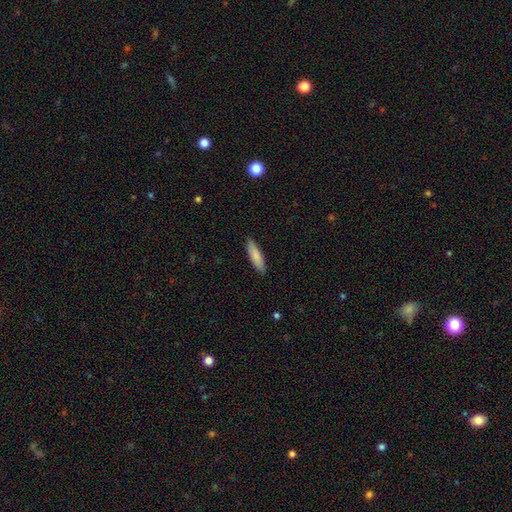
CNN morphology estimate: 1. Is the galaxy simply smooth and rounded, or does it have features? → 85% smooth, 10% featured or disk, 5% star or artifact.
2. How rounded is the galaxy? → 64% cigar-shaped, 35% in between, 1% round.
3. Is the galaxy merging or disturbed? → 89% none, 8% minor disturbance, 2% major disturbance, 1% merger.